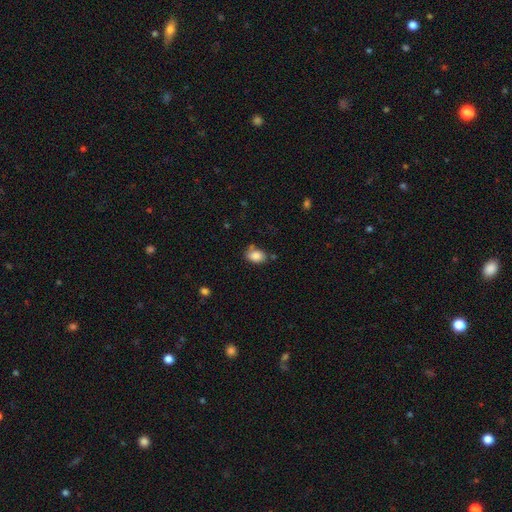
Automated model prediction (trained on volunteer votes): A smooth galaxy with no disk features (85%) that is in between round and cigar-shaped (81%).

Vote fractions:
- Smooth or featured? smooth: 85% / star or artifact: 8% / featured or disk: 7%
- How rounded? in between: 81% / round: 18% / cigar-shaped: 1%
- Merging? none: 66% / minor disturbance: 22% / merger: 8% / major disturbance: 5%